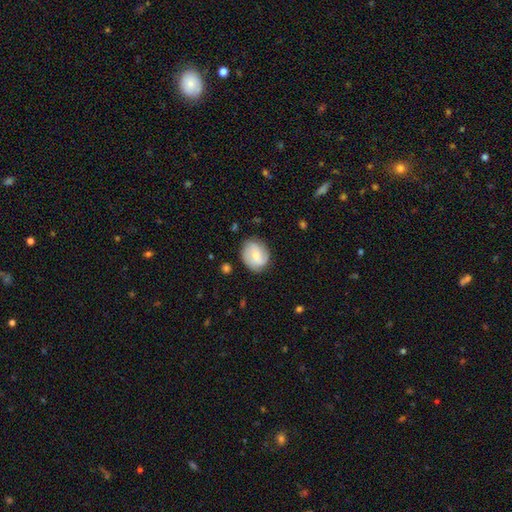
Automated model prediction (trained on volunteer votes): A featured or disk galaxy (48%). Merging: none (78%).